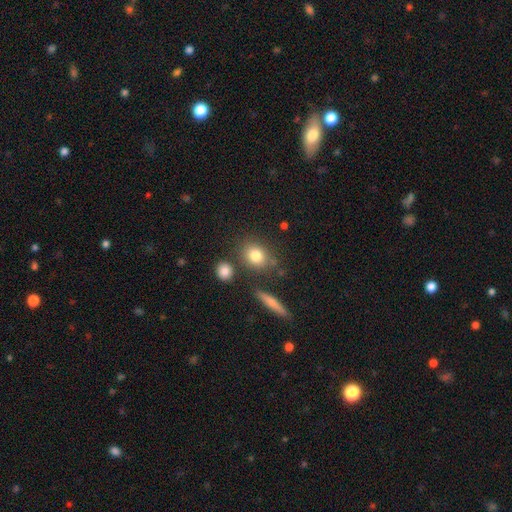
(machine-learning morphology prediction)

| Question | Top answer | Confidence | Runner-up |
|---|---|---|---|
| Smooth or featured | smooth | 80% | star or artifact (10%) |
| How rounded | round | 57% | in between (40%) |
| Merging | none | 74% | minor disturbance (12%) |